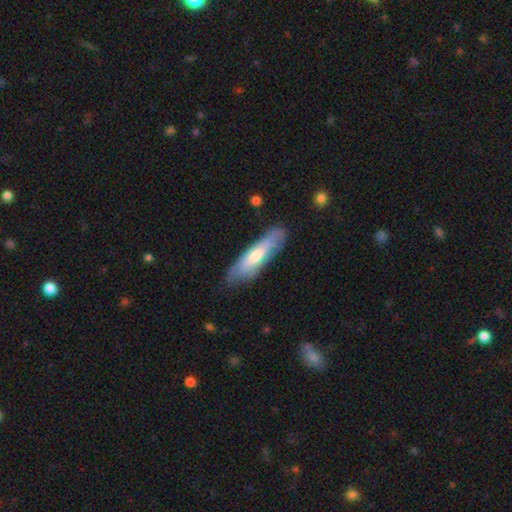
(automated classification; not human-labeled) Overall: smooth (55%; featured or disk 39%). How rounded: cigar-shaped (64%; in between 34%). Merging: none (74%).